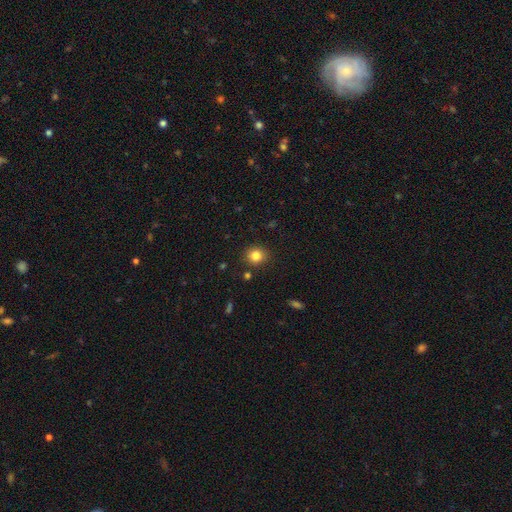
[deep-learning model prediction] Morphology: type=smooth (83%); roundness=round (82%); merging=none (88%).